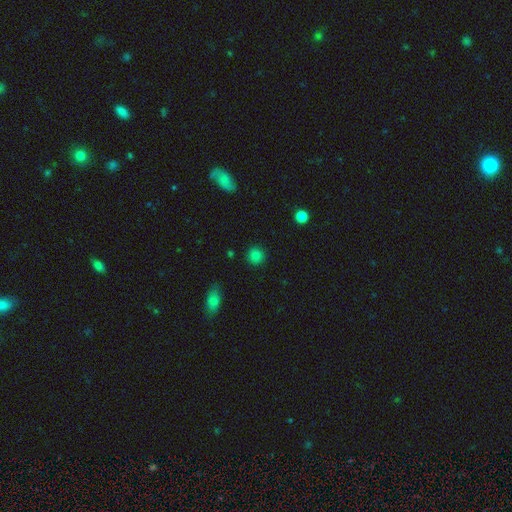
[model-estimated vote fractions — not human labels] A smooth galaxy with no disk features (83%) that is round (91%). Merging: none (90%).